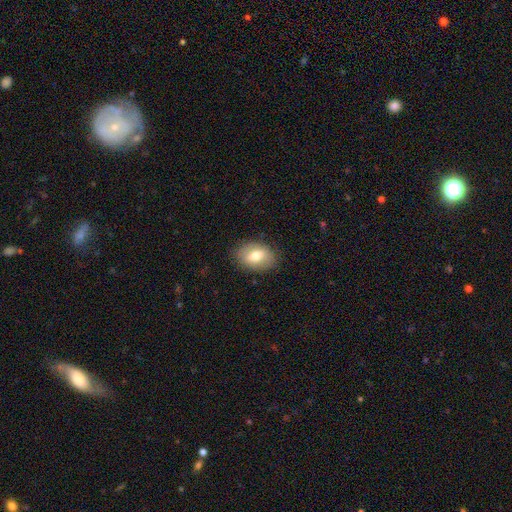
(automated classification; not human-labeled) Smooth or featured: smooth — 72% (featured or disk — 21%)
How rounded: in between — 78% (round — 21%)
Merging: none — 85% (minor disturbance — 11%)